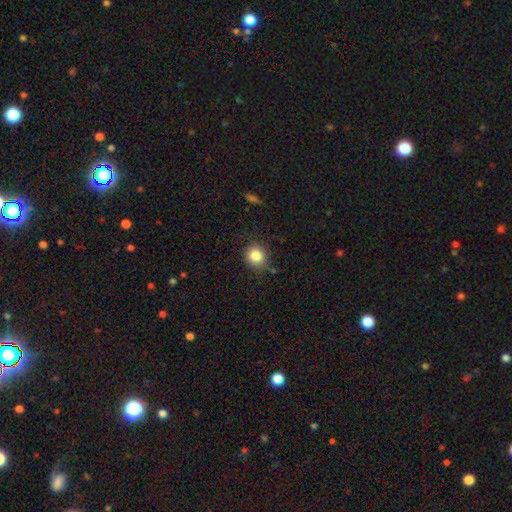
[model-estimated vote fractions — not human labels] Q: Smooth or featured?
A: smooth (85%); runner-up: star or artifact (10%)
Q: How rounded?
A: round (85%); runner-up: in between (14%)
Q: Merging?
A: none (81%); runner-up: minor disturbance (14%)